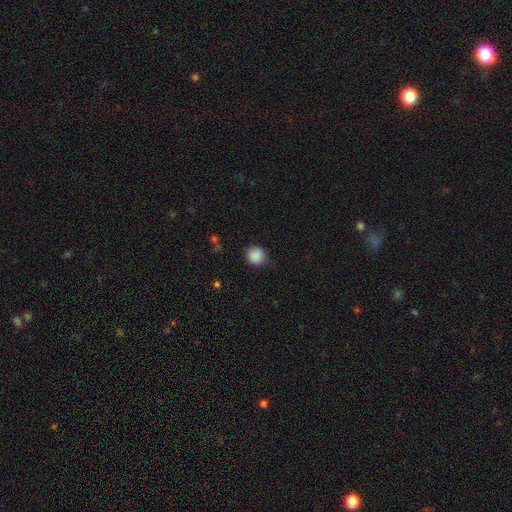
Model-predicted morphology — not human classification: Smooth or featured? Predicted: smooth (p=0.88). How rounded? Predicted: round (p=0.90). Merging? Predicted: none (p=0.82).